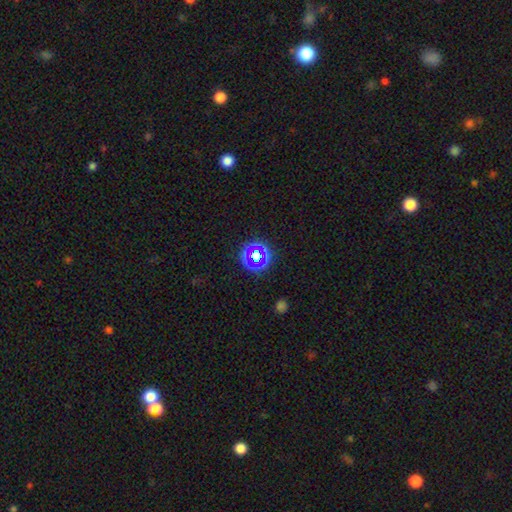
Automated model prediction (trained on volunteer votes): smooth-or-featured: star or artifact: 57% | smooth: 30% | featured or disk: 13%